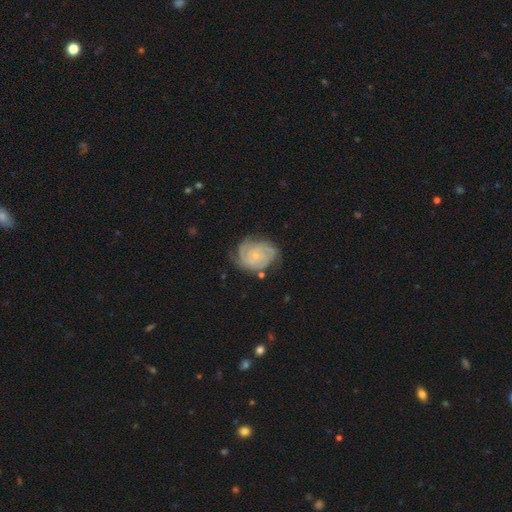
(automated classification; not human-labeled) Smooth or featured: featured or disk — 84% (smooth — 10%)
Edge-on disk: no — 98% (yes — 2%)
Bar: no — 77% (weak — 20%)
Spiral arms: yes — 96% (no — 4%)
Spiral winding: tight — 71% (medium — 24%)
Spiral arm count: 3 — 30% (can't tell — 23%)
Bulge size: small — 78% (moderate — 14%)
Merging: none — 68% (minor disturbance — 21%)